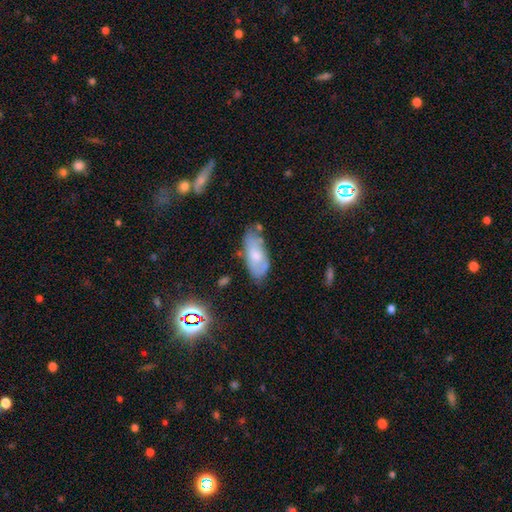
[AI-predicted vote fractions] smooth_or_featured: smooth (p=0.57) [alt: featured or disk p=0.35]
how_rounded: in between (p=0.85) [alt: cigar-shaped p=0.12]
merging: none (p=0.62) [alt: minor disturbance p=0.26]